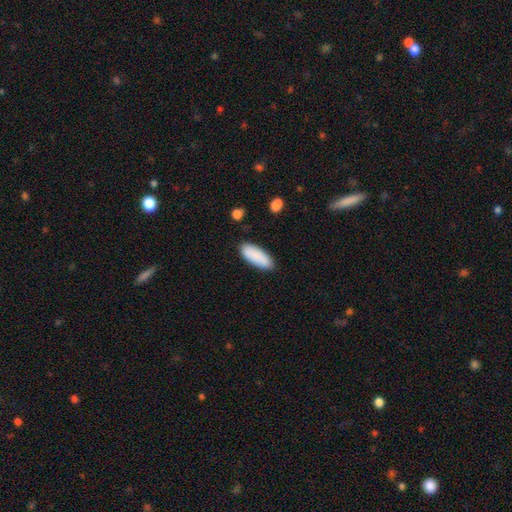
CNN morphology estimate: Overall: smooth (89%). How rounded: in between (76%). Merging: none (85%).